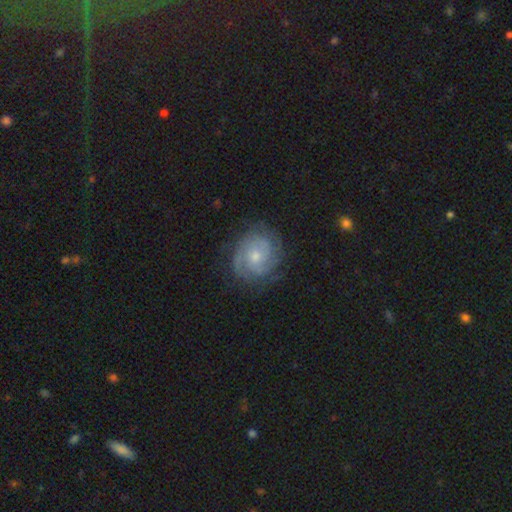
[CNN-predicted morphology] The model was most divided on "spiral arm count": 2: 31%, can't tell: 28%, 3: 23%, 4: 7%, 1: 5%, more than 4: 5%. More confident: edge-on disk — no (98%); spiral arms — yes (94%); smooth or featured — featured or disk (77%); merging — none (76%); bar — no (72%); spiral winding — tight (63%); bulge size — small (51%).